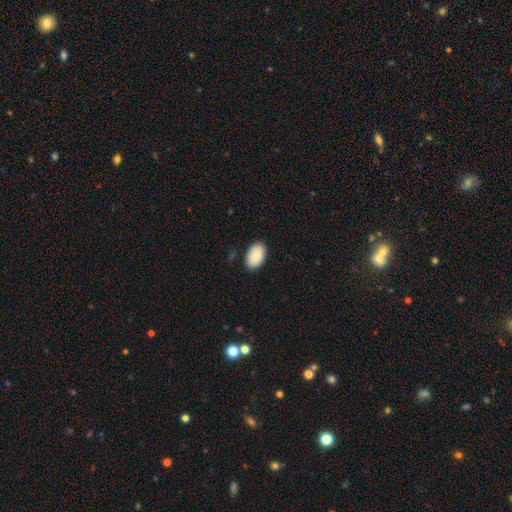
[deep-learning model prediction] This appears to be a smooth galaxy with no disk features (89%) that is in between round and cigar-shaped (93%). Merging: none (87%).